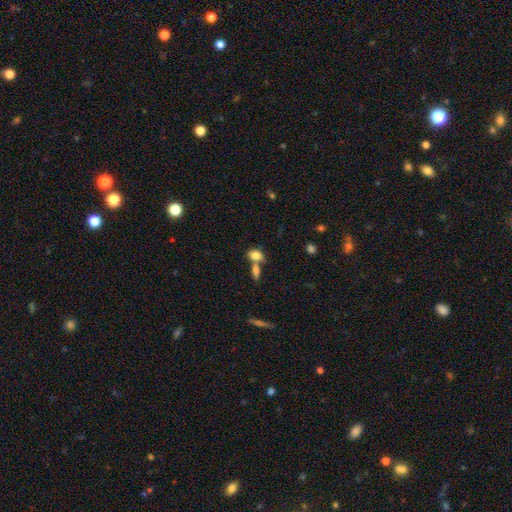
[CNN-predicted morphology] Q: Smooth or featured?
A: smooth (80%); runner-up: featured or disk (11%)
Q: How rounded?
A: in between (77%); runner-up: round (20%)
Q: Merging?
A: merger (49%); runner-up: none (36%)